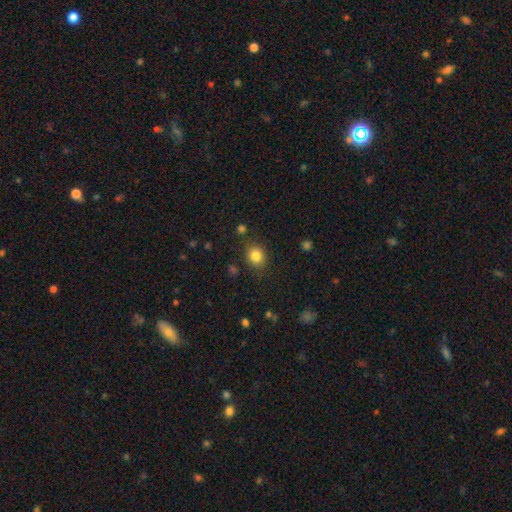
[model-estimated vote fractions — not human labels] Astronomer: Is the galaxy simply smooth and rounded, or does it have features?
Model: smooth — 83%.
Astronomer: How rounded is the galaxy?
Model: round — 70%.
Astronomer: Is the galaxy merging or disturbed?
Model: none — 84%.